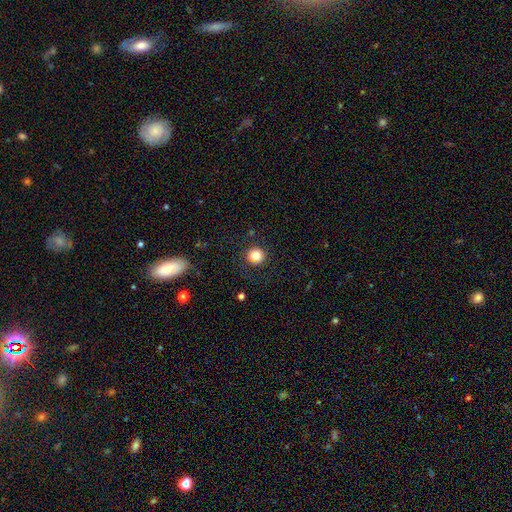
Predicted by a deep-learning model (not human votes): Smooth or featured? Predicted: smooth (p=0.83). How rounded? Predicted: round (p=0.93). Merging? Predicted: none (p=0.87).